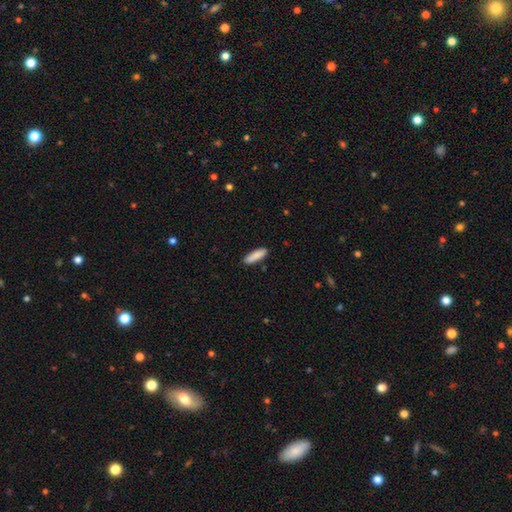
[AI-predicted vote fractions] Morphology: type=smooth (88%); roundness=cigar-shaped (61%); merging=none (87%).